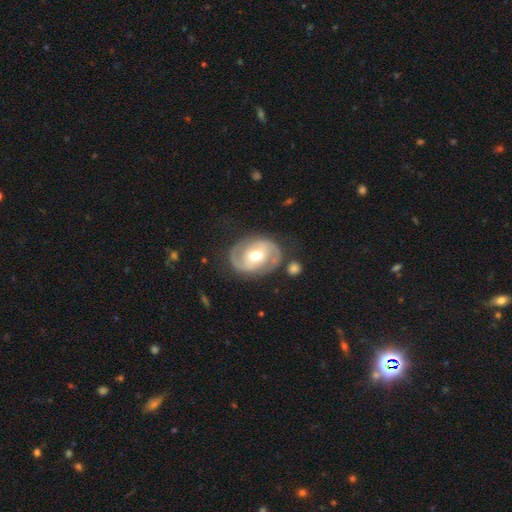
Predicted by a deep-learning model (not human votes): This is likely a featured or disk galaxy (77%). It is clearly not viewed edge-on (97%). Bar: marginally weak (44%). Spiral arm pattern: clearly yes (85%). Spiral arm count: clearly 2 (88%). Spiral winding: possibly medium (47%). Central bulge: likely moderate (73%). Merging: likely none (75%).